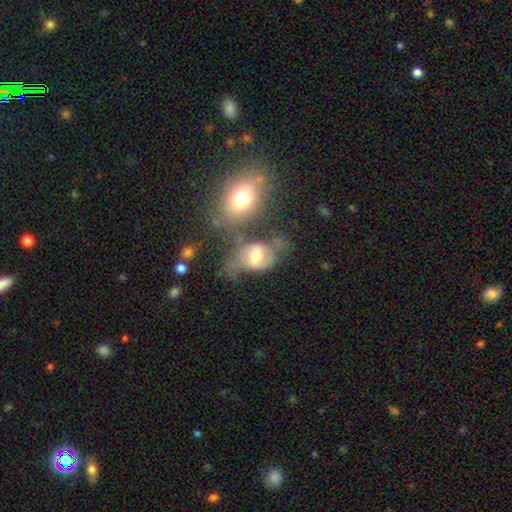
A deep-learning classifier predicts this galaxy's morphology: Overall: smooth (44%, tied with featured or disk). Merging: merger (32%; none 26%).